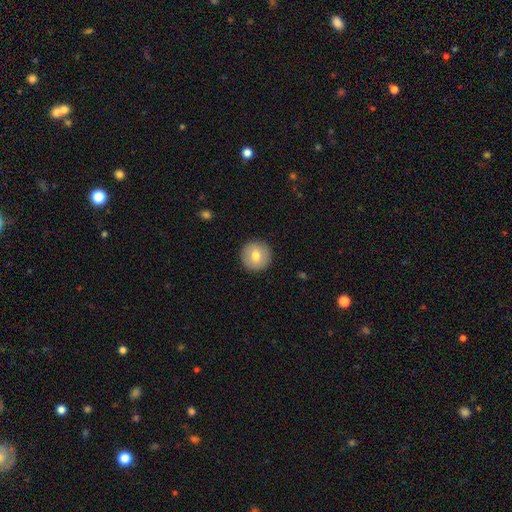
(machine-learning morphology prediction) Q: Smooth or featured?
A: smooth (73%); runner-up: featured or disk (19%)
Q: How rounded?
A: round (95%); runner-up: in between (4%)
Q: Merging?
A: none (92%); runner-up: minor disturbance (6%)